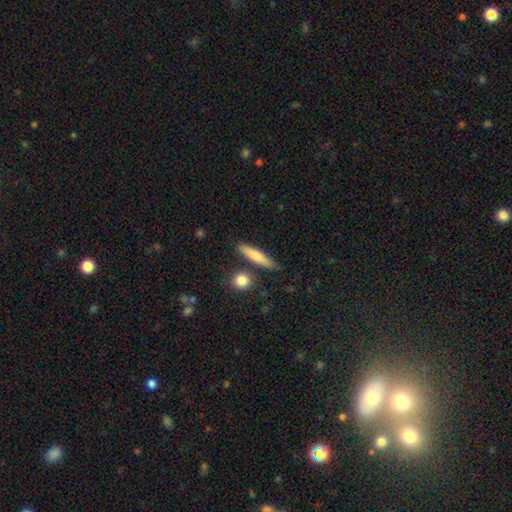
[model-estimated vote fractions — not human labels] smooth 74%, featured or disk 20%, star or artifact 6%. Down the decision tree: how rounded — cigar-shaped (82%); merging — none (80%).